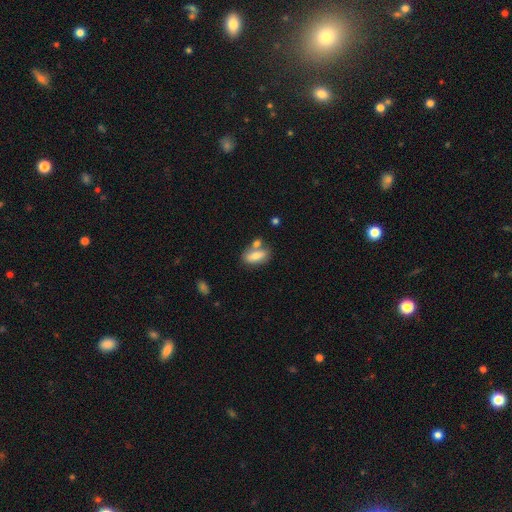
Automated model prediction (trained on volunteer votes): This is likely a smooth galaxy (76%). How rounded: clearly in between (81%). Merging: possibly none (59%).